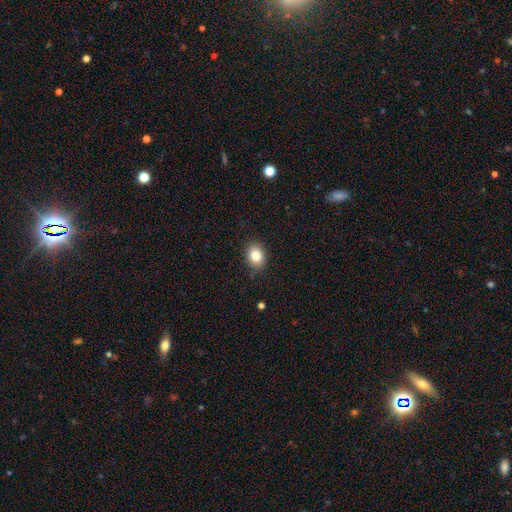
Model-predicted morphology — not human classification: Smooth or featured? Predicted: smooth (p=0.83). How rounded? Predicted: in between (p=0.63). Merging? Predicted: none (p=0.86).